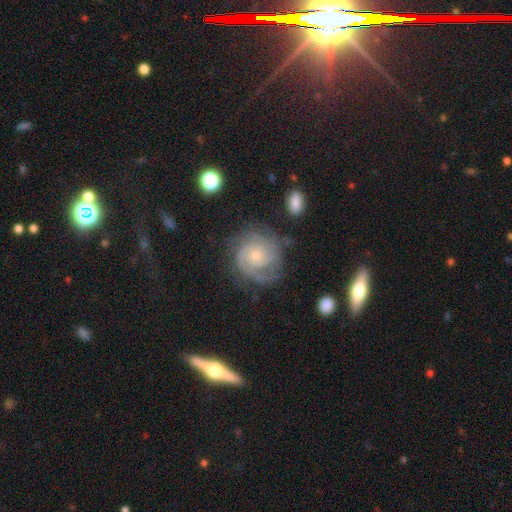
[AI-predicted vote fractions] Q: Smooth or featured?
A: featured or disk (78%); runner-up: smooth (15%)
Q: Edge-on disk?
A: no (98%); runner-up: yes (2%)
Q: Bar?
A: no (77%); runner-up: weak (20%)
Q: Spiral arms?
A: yes (93%); runner-up: no (7%)
Q: Spiral winding?
A: tight (66%); runner-up: medium (26%)
Q: Spiral arm count?
A: can't tell (32%); runner-up: 2 (28%)
Q: Bulge size?
A: small (71%); runner-up: moderate (24%)
Q: Merging?
A: none (67%); runner-up: minor disturbance (19%)